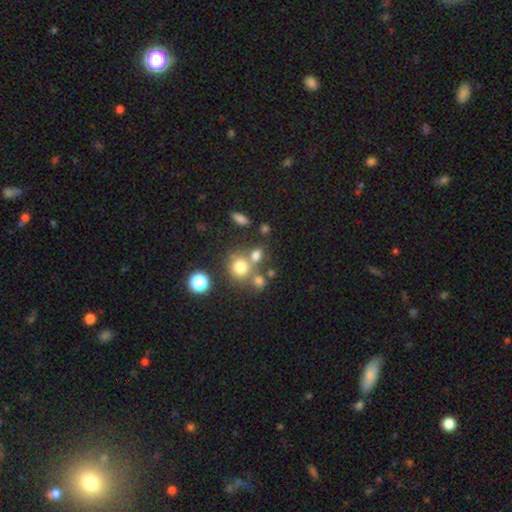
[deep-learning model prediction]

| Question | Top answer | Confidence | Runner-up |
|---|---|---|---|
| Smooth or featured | smooth | 72% | star or artifact (17%) |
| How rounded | round | 70% | in between (28%) |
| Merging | none | 53% | merger (30%) |